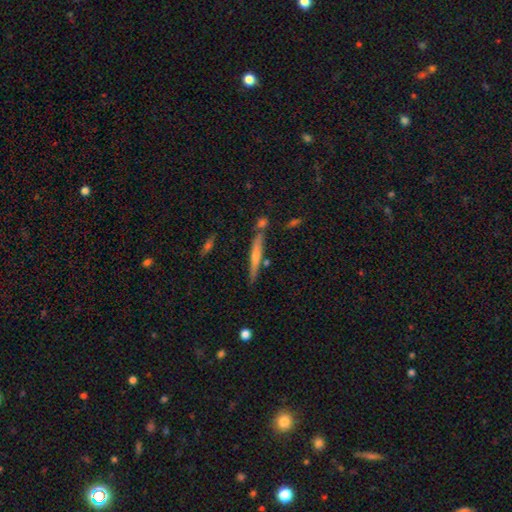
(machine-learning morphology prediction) Smooth or featured? Predicted: featured or disk (p=0.51). Edge-on disk? Predicted: yes (p=0.95). Merging? Predicted: none (p=0.78).